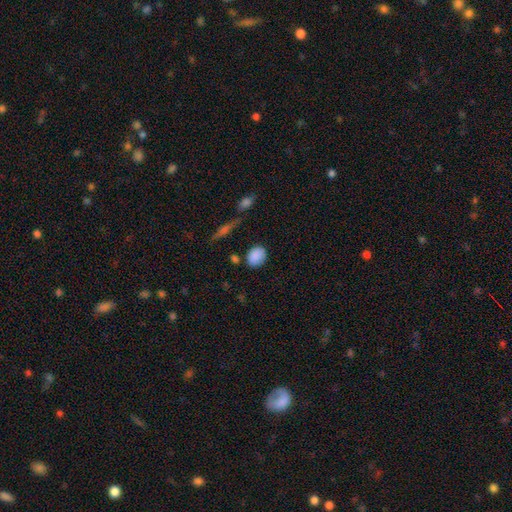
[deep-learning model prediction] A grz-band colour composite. It shows a smooth galaxy with no disk features (87%) that is in between round and cigar-shaped (60%). Merging: none (78%).